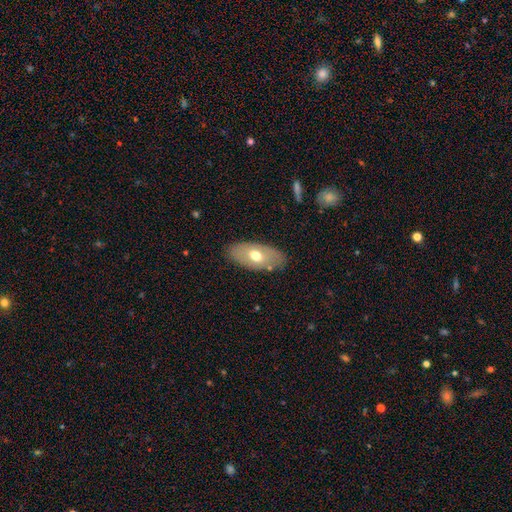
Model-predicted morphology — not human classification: This is possibly a smooth galaxy (59%). How rounded: clearly in between (91%). Merging: clearly none (82%).